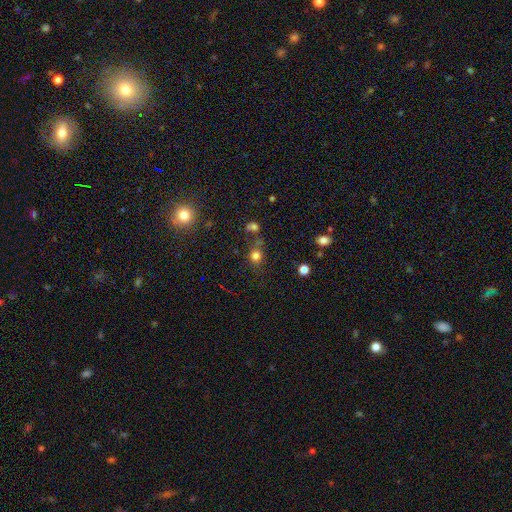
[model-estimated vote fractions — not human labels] A smooth galaxy with no disk features (77%) that is round (79%).

Vote fractions:
- Smooth or featured? smooth: 77% / star or artifact: 17% / featured or disk: 7%
- How rounded? round: 79% / in between: 20% / cigar-shaped: 1%
- Merging? none: 66% / minor disturbance: 14% / merger: 13% / major disturbance: 7%